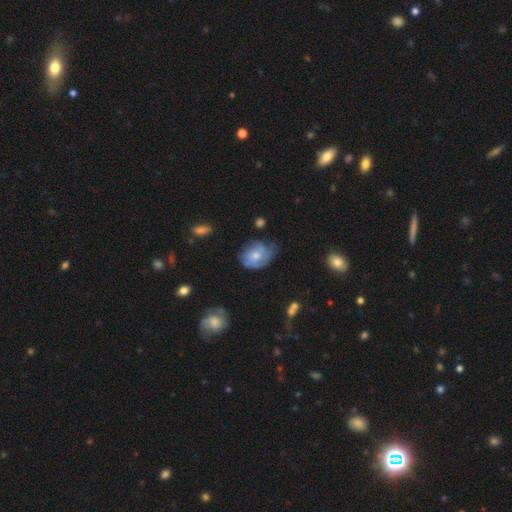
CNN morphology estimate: smooth-or-featured: featured or disk: 47% | smooth: 45% | star or artifact: 8%
  merging: none: 46% | minor disturbance: 35% | major disturbance: 17% | merger: 3%